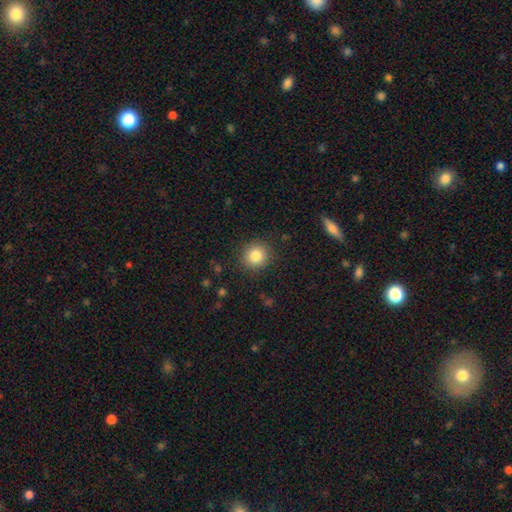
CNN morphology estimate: Smooth or featured? smooth (83%)
How rounded? round (92%)
Merging? none (90%)